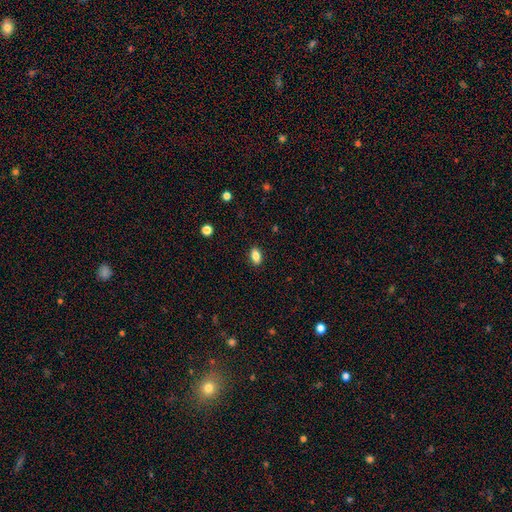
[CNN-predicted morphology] A smooth galaxy with no disk features (84%) that is in between round and cigar-shaped (88%).

Vote fractions:
- Smooth or featured? smooth: 84% / star or artifact: 9% / featured or disk: 7%
- How rounded? in between: 88% / round: 8% / cigar-shaped: 4%
- Merging? none: 89% / minor disturbance: 8% / major disturbance: 2% / merger: 1%